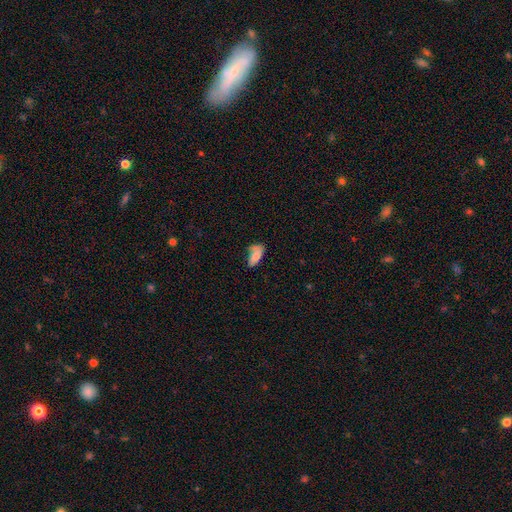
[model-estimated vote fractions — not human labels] Smooth or featured?
  - smooth: 73% *
  - featured or disk: 19%
  - star or artifact: 7%
How rounded?
  - in between: 86% *
  - cigar-shaped: 11%
  - round: 3%
Merging?
  - none: 39% *
  - minor disturbance: 31%
  - major disturbance: 20%
  - merger: 9%